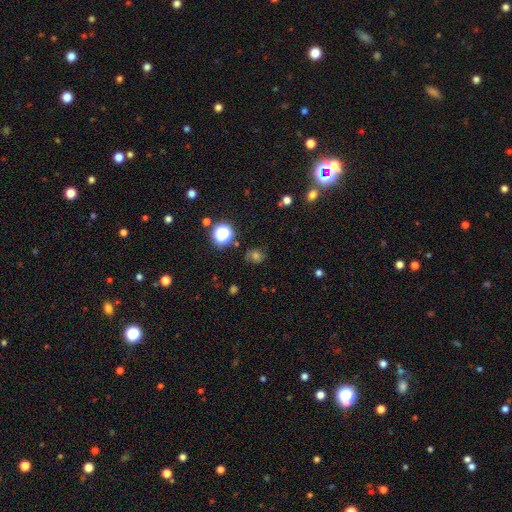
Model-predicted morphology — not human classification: Overall: smooth (40%, tied with star or artifact). Merging: none (77%).